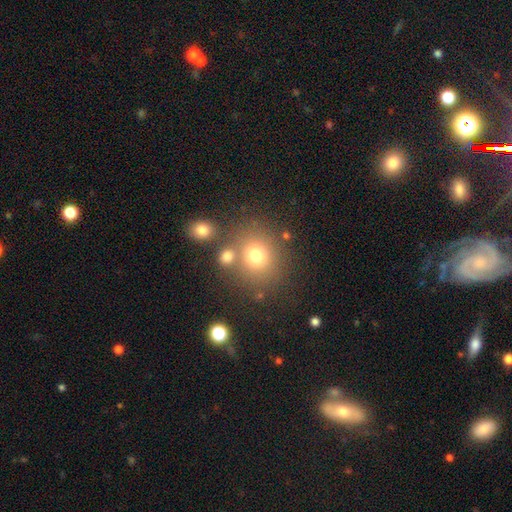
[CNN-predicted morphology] Overall: smooth (72%). How rounded: round (78%). Merging: none (70%).